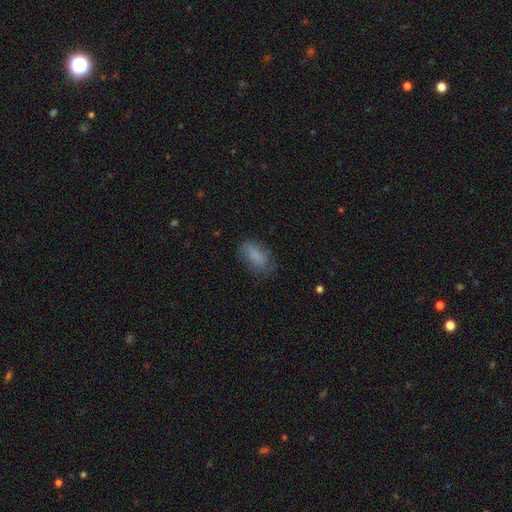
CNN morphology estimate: This is clearly a smooth galaxy (82%). How rounded: clearly in between (85%). Merging: likely none (71%).